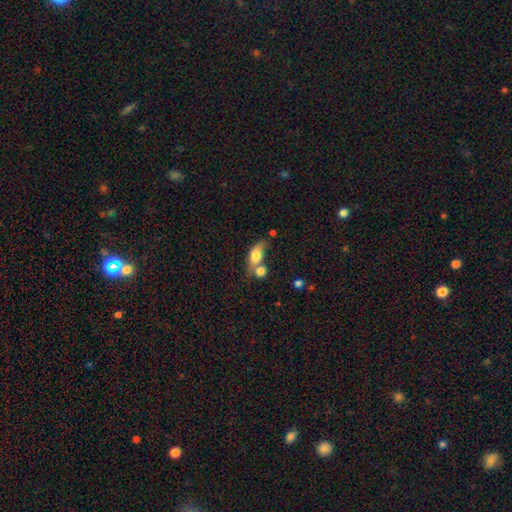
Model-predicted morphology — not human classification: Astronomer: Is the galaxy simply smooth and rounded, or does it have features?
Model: smooth — 75%.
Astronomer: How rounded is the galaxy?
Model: in between — 76%.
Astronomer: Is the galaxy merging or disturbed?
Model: merger — 53%.